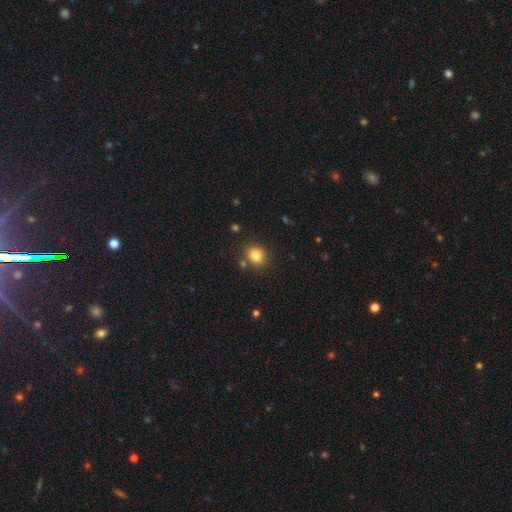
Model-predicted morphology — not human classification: Smooth or featured?
  - smooth: 83% *
  - star or artifact: 11%
  - featured or disk: 6%
How rounded?
  - round: 73% *
  - in between: 26%
  - cigar-shaped: 1%
Merging?
  - none: 81% *
  - minor disturbance: 9%
  - merger: 7%
  - major disturbance: 3%